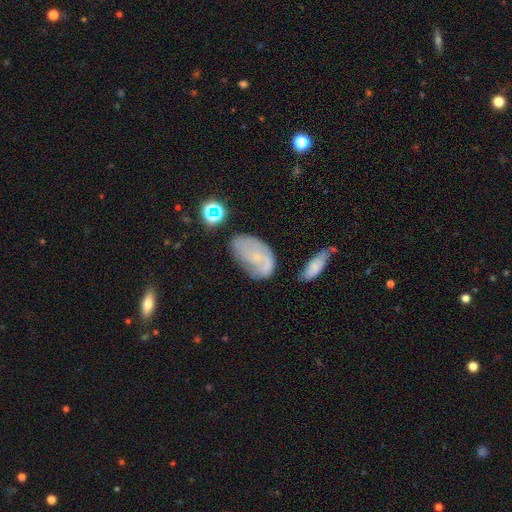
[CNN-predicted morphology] Overall: featured or disk (47%; smooth 42%). Merging: none (44%; minor disturbance 30%).